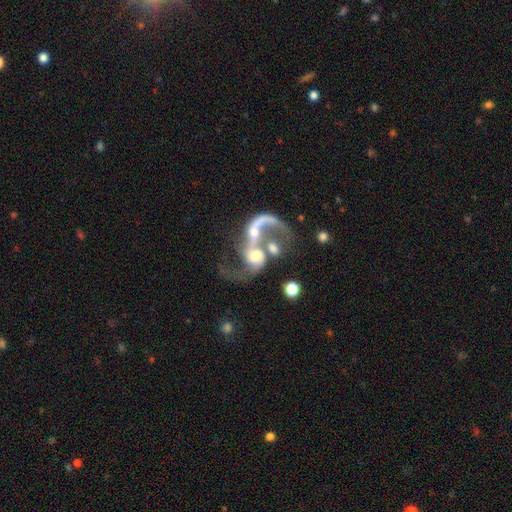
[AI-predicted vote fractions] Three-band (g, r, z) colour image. It shows a featured or disk galaxy (72%) with no bar (65%), spiral arms (72%) and a moderate central bulge (44%). Merging: merger (67%).